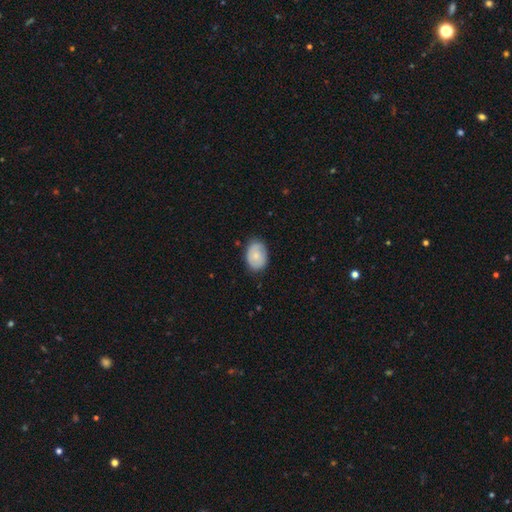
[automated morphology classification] Q: Smooth or featured?
A: smooth (71%); runner-up: featured or disk (22%)
Q: How rounded?
A: in between (76%); runner-up: round (23%)
Q: Merging?
A: none (78%); runner-up: minor disturbance (18%)